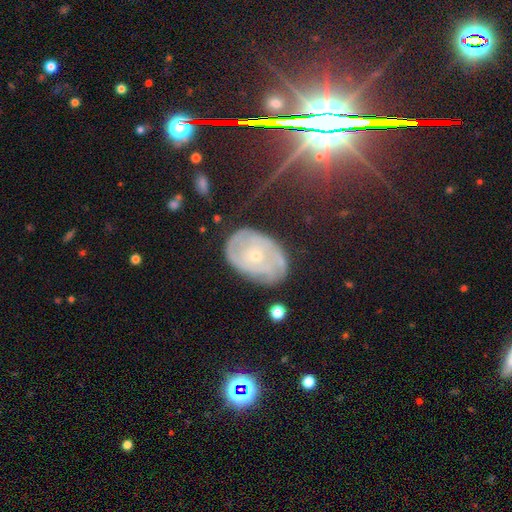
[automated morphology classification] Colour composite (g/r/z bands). It shows a featured or disk galaxy (72%) with no bar (81%), tight (68%) spiral arms (82%) and a small central bulge (75%). Merging: none (70%).